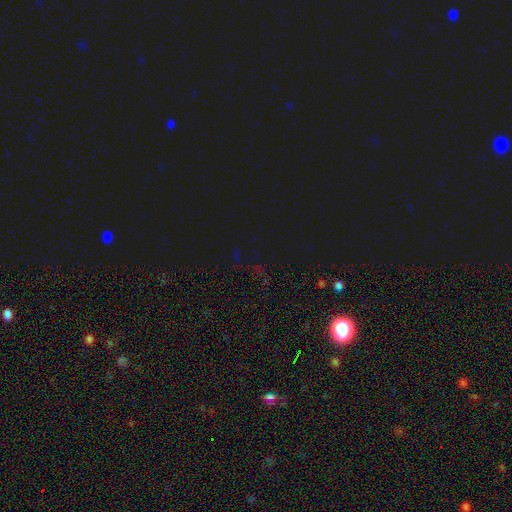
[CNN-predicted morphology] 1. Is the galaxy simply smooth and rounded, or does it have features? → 80% star or artifact, 13% smooth, 7% featured or disk.